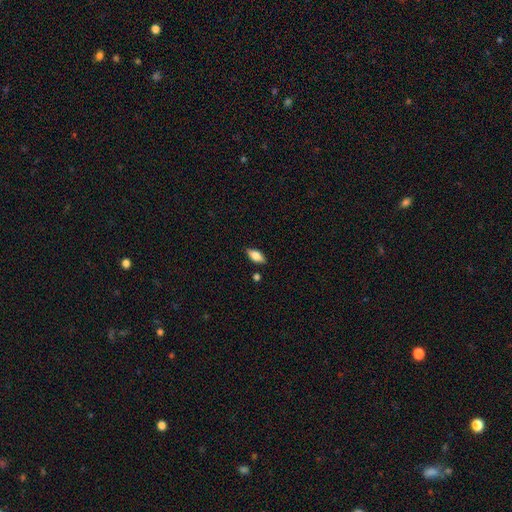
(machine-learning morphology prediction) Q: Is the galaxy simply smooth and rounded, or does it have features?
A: smooth — 80%.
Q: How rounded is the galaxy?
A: in between — 87%.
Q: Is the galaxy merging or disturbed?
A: none — 85%.